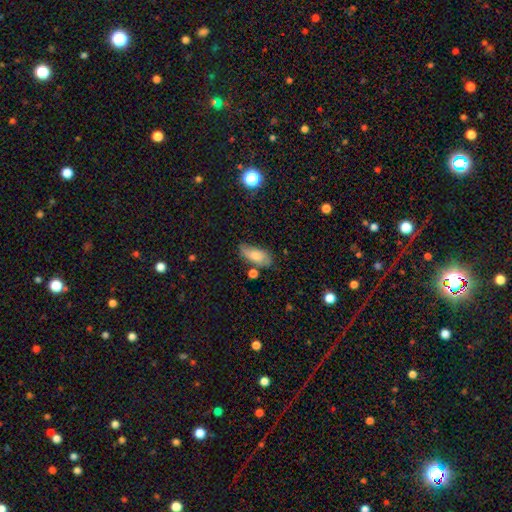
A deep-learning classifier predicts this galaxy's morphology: smooth 71%, featured or disk 20%, star or artifact 9%. Down the decision tree: how rounded — in between (86%); merging — none (58%).